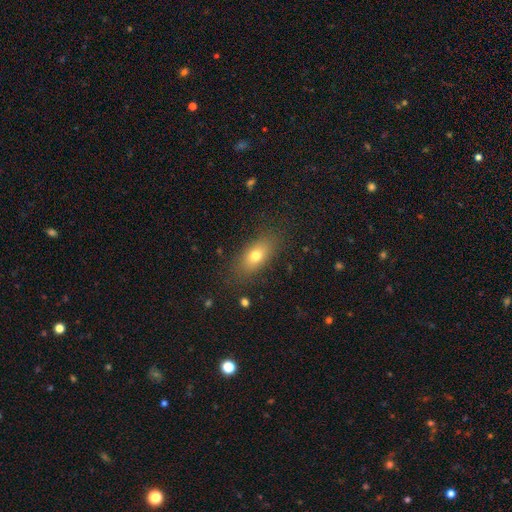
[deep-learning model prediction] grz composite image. It shows a smooth galaxy with no disk features (73%) that is in between round and cigar-shaped (80%). Merging: none (83%).